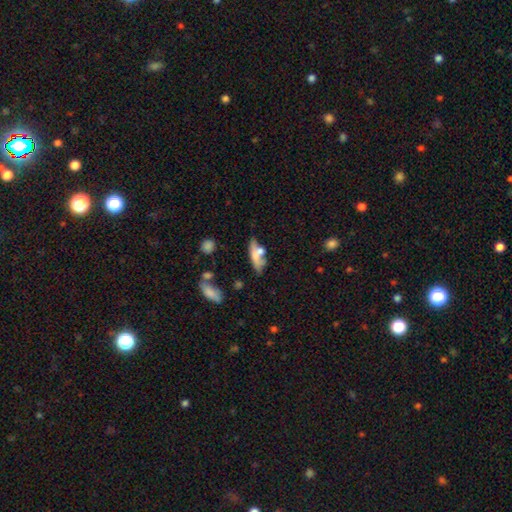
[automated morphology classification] Overall: smooth (60%; featured or disk 31%). How rounded: cigar-shaped (49%; in between 48%). Merging: none (42%; merger 26%).